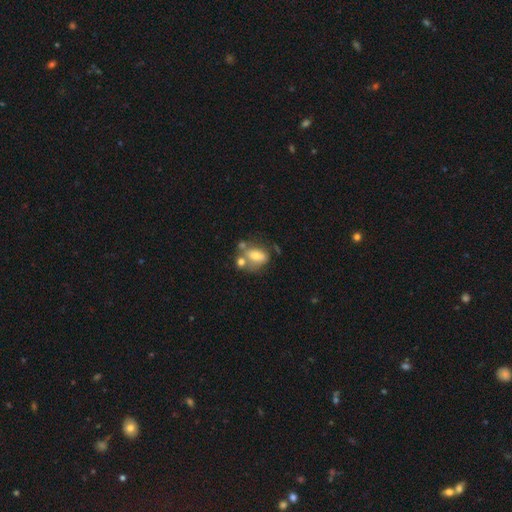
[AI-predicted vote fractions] smooth 62%, featured or disk 28%, star or artifact 10%. Down the decision tree: how rounded — in between (75%); merging — none (37%).